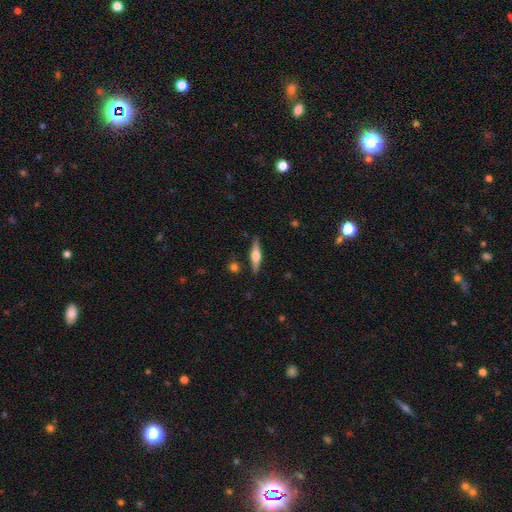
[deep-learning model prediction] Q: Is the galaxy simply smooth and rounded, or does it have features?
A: featured or disk — 63%.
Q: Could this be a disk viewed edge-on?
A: yes — 97%.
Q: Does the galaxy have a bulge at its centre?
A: rounded — 90%.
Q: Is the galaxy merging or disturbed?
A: none — 87%.